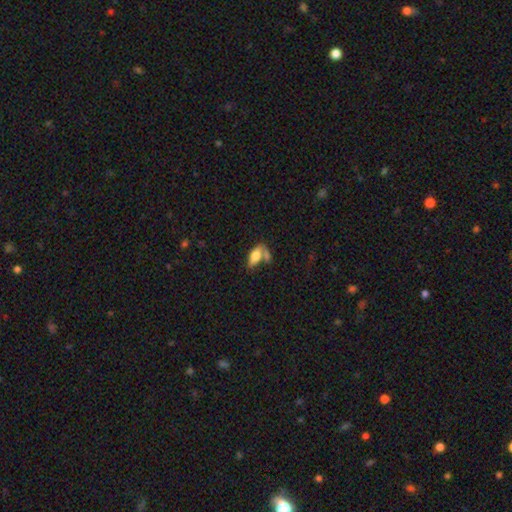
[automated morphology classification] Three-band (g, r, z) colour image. It shows a smooth galaxy with no disk features (74%) that is in between round and cigar-shaped (86%). Merging: none (39%).